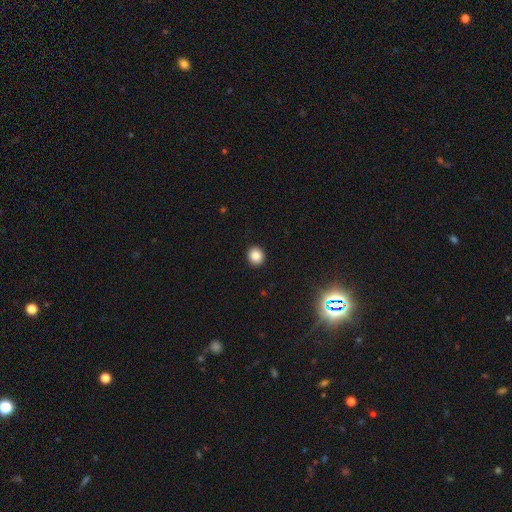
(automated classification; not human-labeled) A smooth galaxy with no disk features (86%) that is round (83%).

Vote fractions:
- Smooth or featured? smooth: 86% / star or artifact: 10% / featured or disk: 4%
- How rounded? round: 83% / in between: 16% / cigar-shaped: 1%
- Merging? none: 92% / minor disturbance: 5% / major disturbance: 2% / merger: 1%